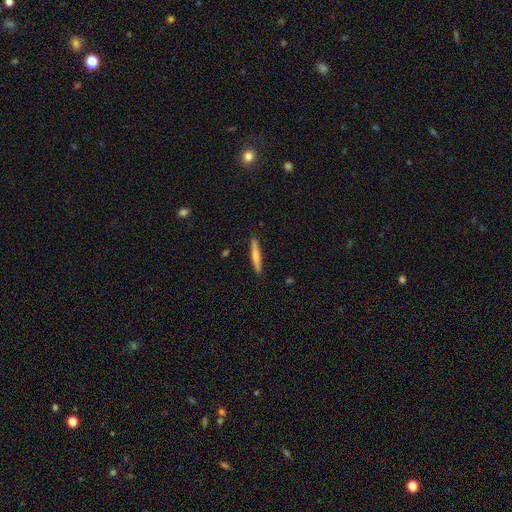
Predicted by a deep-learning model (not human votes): Overall: smooth (65%; featured or disk 29%). How rounded: cigar-shaped (94%). Merging: none (90%).